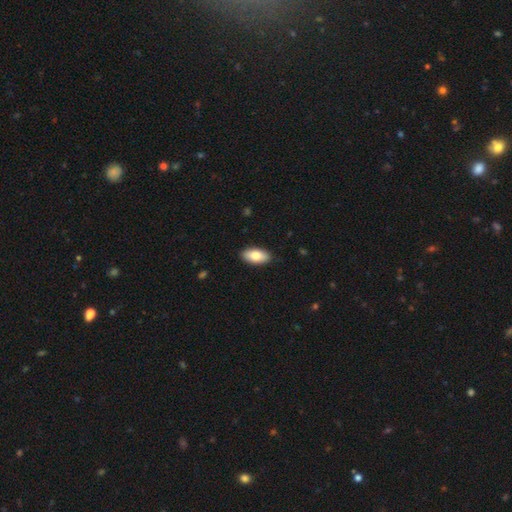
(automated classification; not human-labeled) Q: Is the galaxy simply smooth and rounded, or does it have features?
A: smooth — 79%.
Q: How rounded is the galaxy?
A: in between — 92%.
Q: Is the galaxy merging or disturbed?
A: none — 90%.